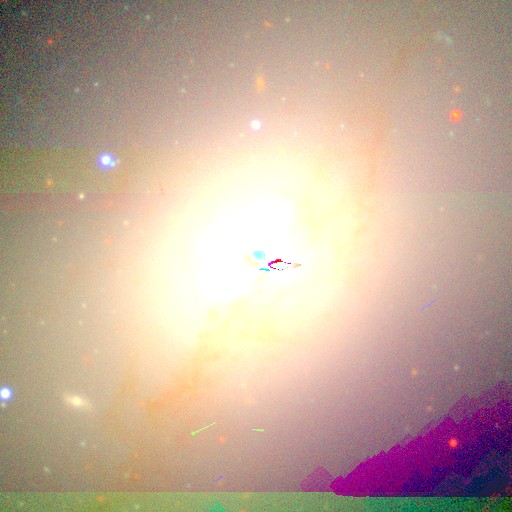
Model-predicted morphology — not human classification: Smooth or featured? Predicted: smooth (p=0.40). Merging? Predicted: none (p=0.80).